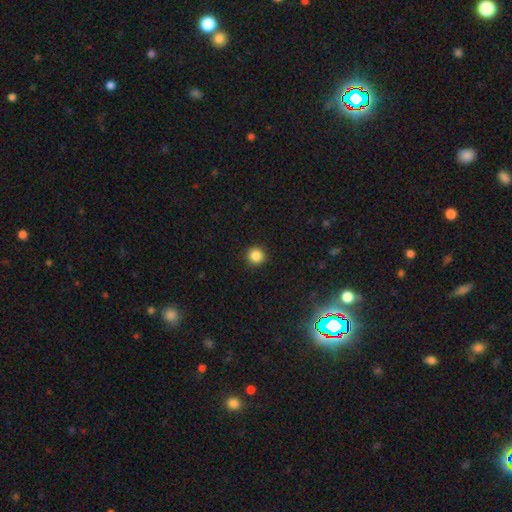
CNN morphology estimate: Smooth or featured: smooth — 85% (star or artifact — 11%)
How rounded: round — 95% (in between — 4%)
Merging: none — 93% (minor disturbance — 4%)